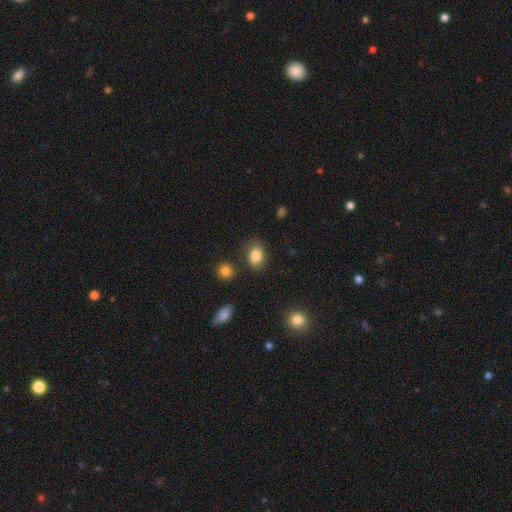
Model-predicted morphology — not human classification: type=smooth (85%); roundness=in between (78%); merging=none (77%).